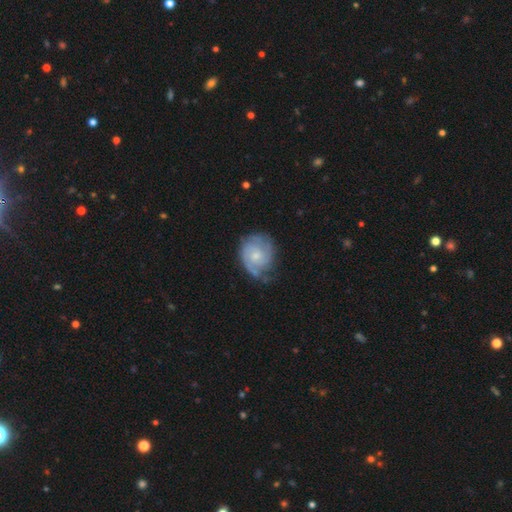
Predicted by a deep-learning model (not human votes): Smooth or featured: featured or disk — 78% (smooth — 17%)
Edge-on disk: no — 98% (yes — 2%)
Bar: no — 71% (weak — 26%)
Spiral arms: yes — 94% (no — 6%)
Spiral winding: tight — 56% (medium — 33%)
Spiral arm count: 2 — 42% (can't tell — 25%)
Bulge size: small — 54% (moderate — 39%)
Merging: none — 61% (minor disturbance — 26%)